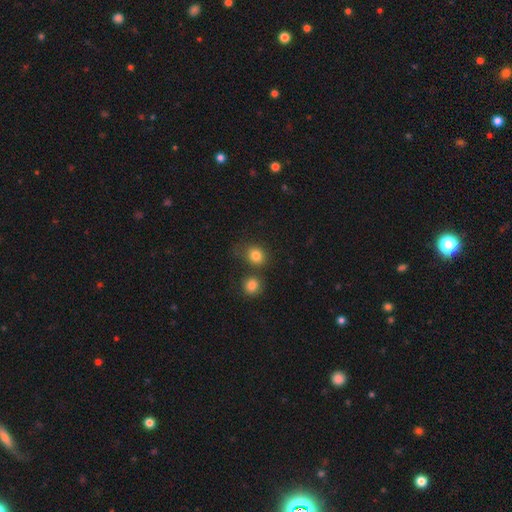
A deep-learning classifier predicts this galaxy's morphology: Smooth or featured? Predicted: smooth (p=0.82). How rounded? Predicted: round (p=0.69). Merging? Predicted: none (p=0.62).